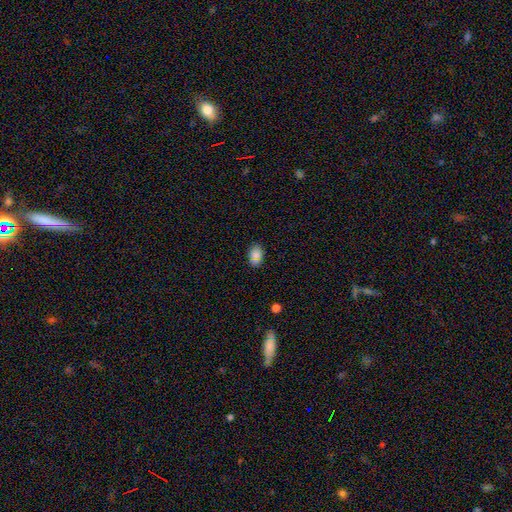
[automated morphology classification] A smooth galaxy with no disk features (82%) that is in between round and cigar-shaped (80%).

Vote fractions:
- Smooth or featured? smooth: 82% / star or artifact: 12% / featured or disk: 6%
- How rounded? in between: 80% / round: 19% / cigar-shaped: 1%
- Merging? none: 81% / minor disturbance: 13% / merger: 3% / major disturbance: 3%